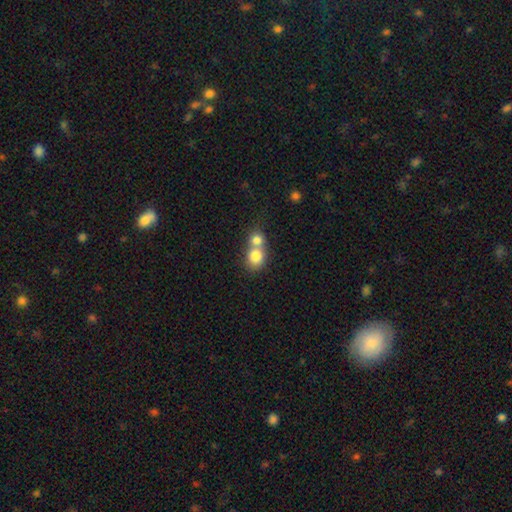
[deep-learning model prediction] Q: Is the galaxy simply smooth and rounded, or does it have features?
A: smooth — 79%.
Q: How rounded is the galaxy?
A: round — 71%.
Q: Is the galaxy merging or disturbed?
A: merger — 67%.